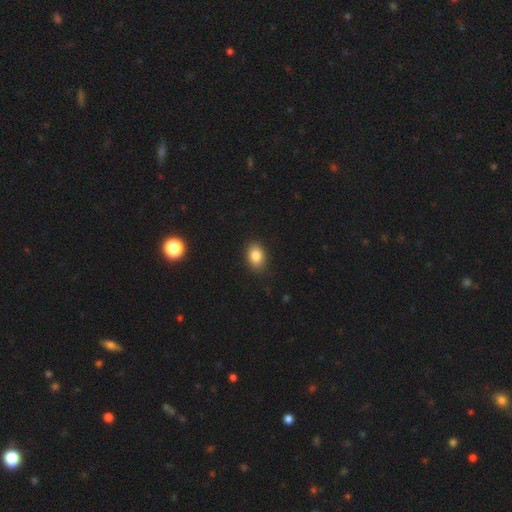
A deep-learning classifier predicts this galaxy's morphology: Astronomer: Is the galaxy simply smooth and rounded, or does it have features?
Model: smooth — 85%.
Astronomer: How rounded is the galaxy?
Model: in between — 78%.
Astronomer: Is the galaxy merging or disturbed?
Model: none — 87%.